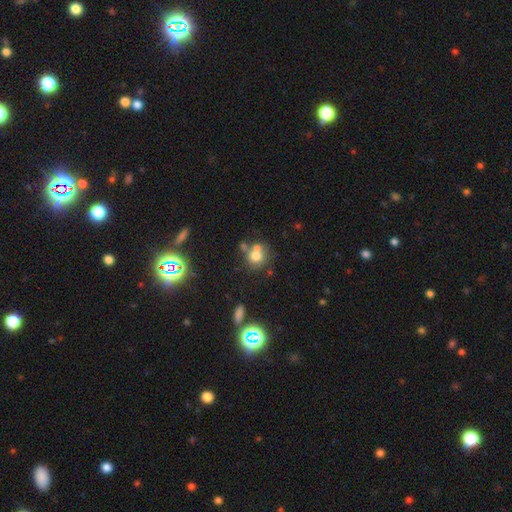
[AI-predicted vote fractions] Overall: smooth (70%). How rounded: round (82%). Merging: none (48%; merger 36%).